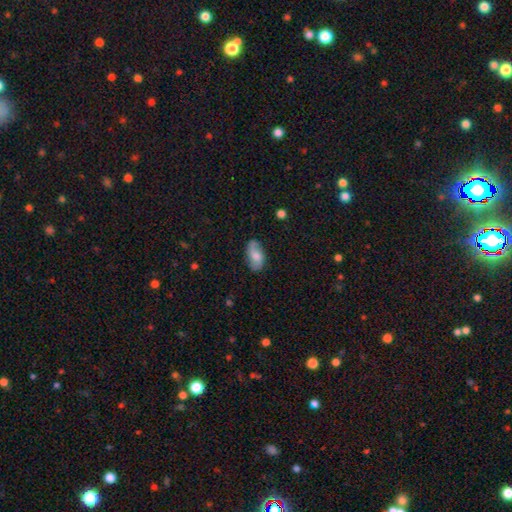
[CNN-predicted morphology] This is possibly a smooth galaxy (49%). Merging: likely none (73%).